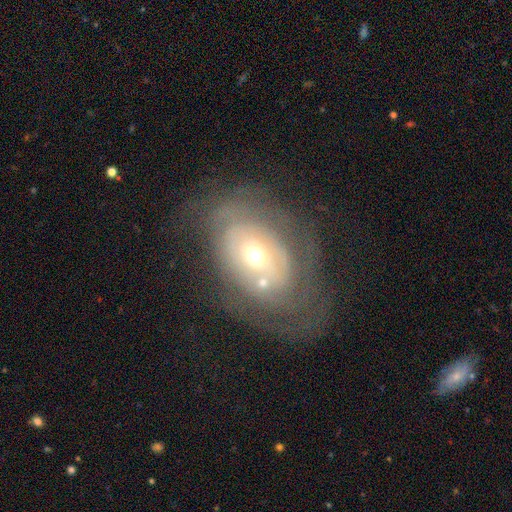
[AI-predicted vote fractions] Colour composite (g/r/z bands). It shows a featured or disk galaxy (70%) with no bar (78%), spiral arms (60%) and a small central bulge (48%). Merging: none (54%).